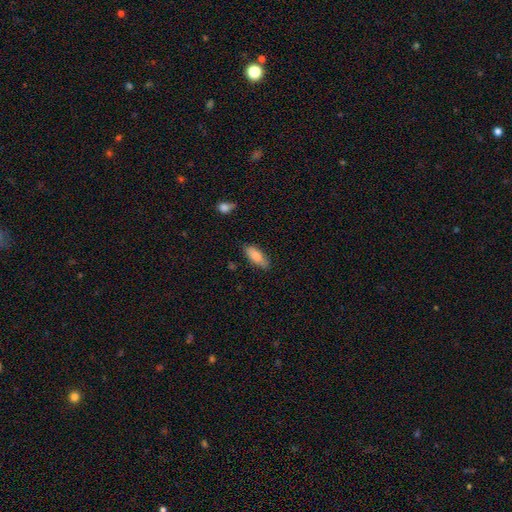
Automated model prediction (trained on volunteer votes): smooth-or-featured: smooth: 84% | featured or disk: 10% | star or artifact: 6%
  how-rounded: in between: 73% | cigar-shaped: 25% | round: 2%
  merging: none: 81% | minor disturbance: 14% | major disturbance: 3% | merger: 2%